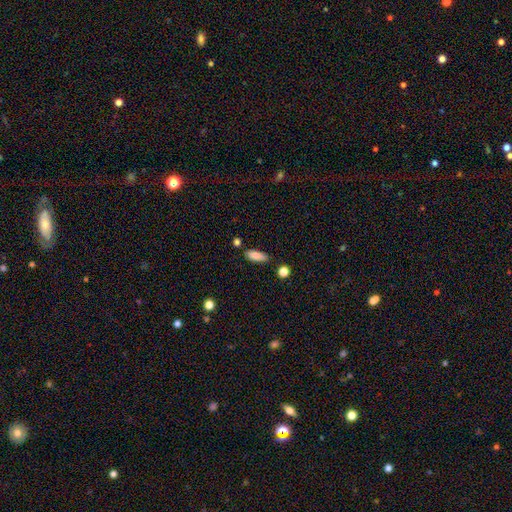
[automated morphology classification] Smooth or featured?
  - smooth: 86% *
  - star or artifact: 7%
  - featured or disk: 7%
How rounded?
  - in between: 74% *
  - cigar-shaped: 24%
  - round: 3%
Merging?
  - none: 78% *
  - minor disturbance: 14%
  - merger: 4%
  - major disturbance: 3%